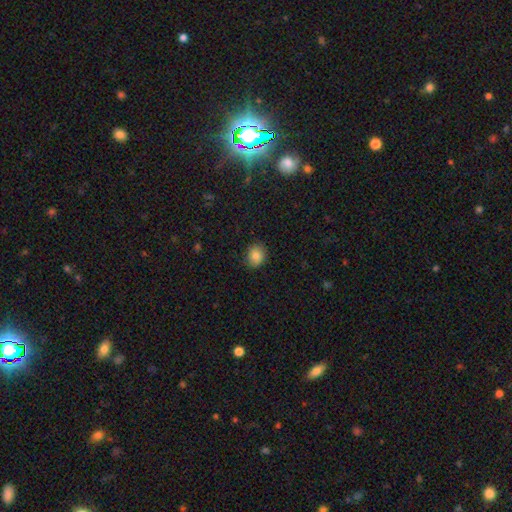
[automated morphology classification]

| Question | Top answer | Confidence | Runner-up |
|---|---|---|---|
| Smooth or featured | smooth | 85% | star or artifact (10%) |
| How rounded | round | 65% | in between (34%) |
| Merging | none | 86% | minor disturbance (11%) |